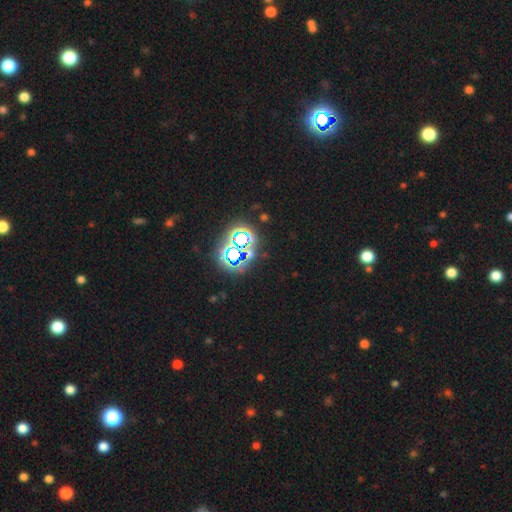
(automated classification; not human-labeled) A star or artifact, not a galaxy (73%).

Vote fractions:
- Smooth or featured? star or artifact: 73% / smooth: 19% / featured or disk: 8%